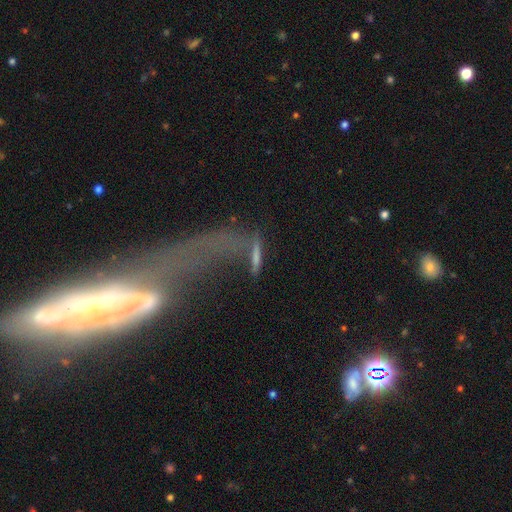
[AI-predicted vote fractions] This appears to be a smooth galaxy with no disk features (44%). Merging: none (45%).